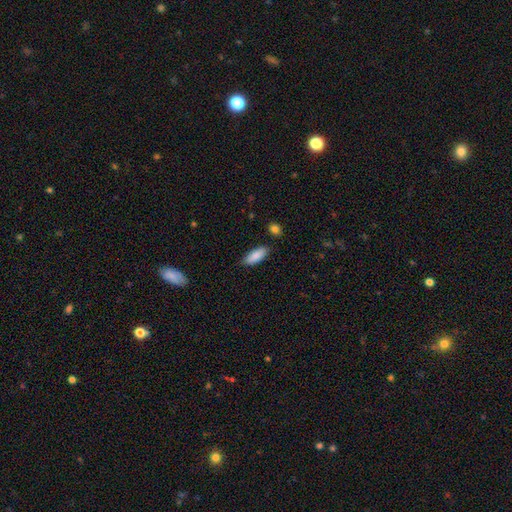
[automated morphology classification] type=smooth (87%); roundness=in between (74%); merging=none (83%).